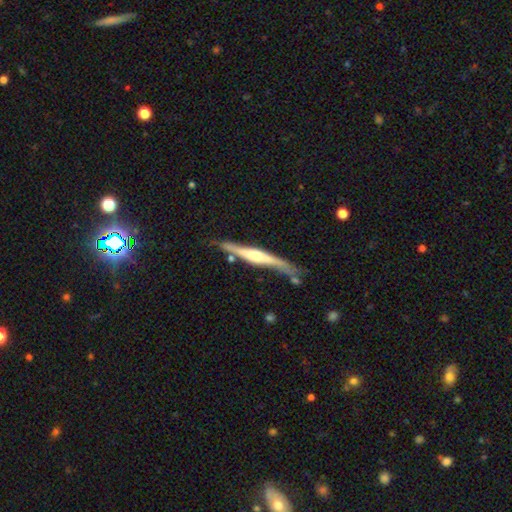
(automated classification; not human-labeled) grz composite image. It shows a featured or disk galaxy (70%) viewed edge-on (95%) with a rounded central bulge (66%). Merging: none (65%).